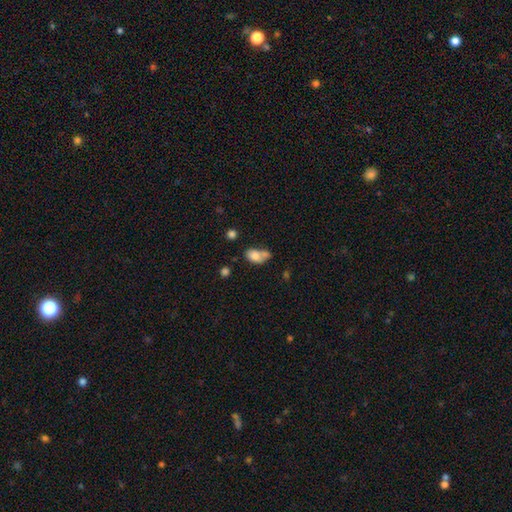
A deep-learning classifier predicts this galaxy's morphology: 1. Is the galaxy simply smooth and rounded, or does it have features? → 76% smooth, 14% featured or disk, 10% star or artifact.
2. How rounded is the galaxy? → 84% in between, 14% round, 2% cigar-shaped.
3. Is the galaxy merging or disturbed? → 47% merger, 26% none, 17% minor disturbance, 10% major disturbance.